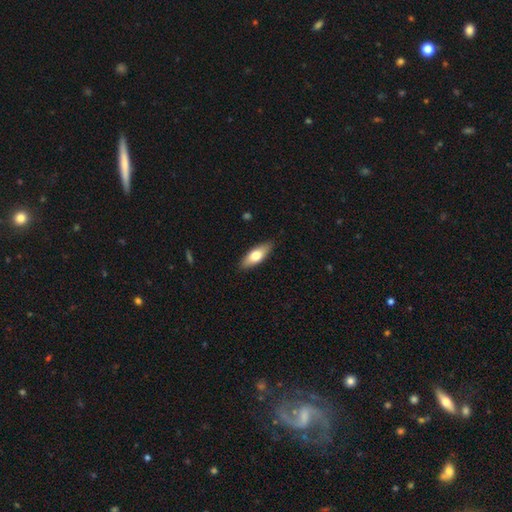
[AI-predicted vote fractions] Smooth or featured?
  - smooth: 67% *
  - featured or disk: 27%
  - star or artifact: 6%
How rounded?
  - in between: 67% *
  - cigar-shaped: 31%
  - round: 3%
Merging?
  - none: 88% *
  - minor disturbance: 10%
  - major disturbance: 2%
  - merger: 1%